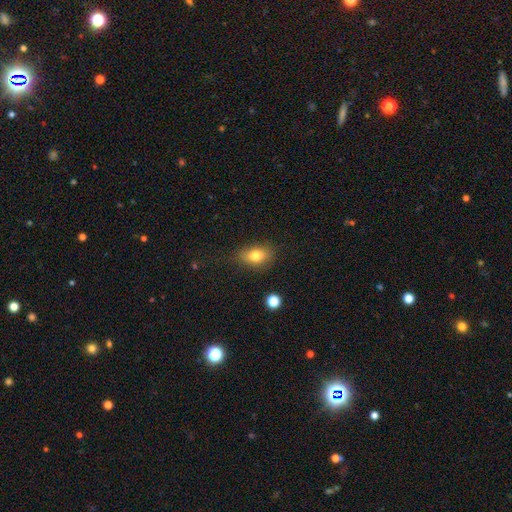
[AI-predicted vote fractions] The model was most divided on "how rounded": in between: 80%, round: 18%, cigar-shaped: 2%. More confident: smooth or featured — smooth (79%); merging — none (79%).